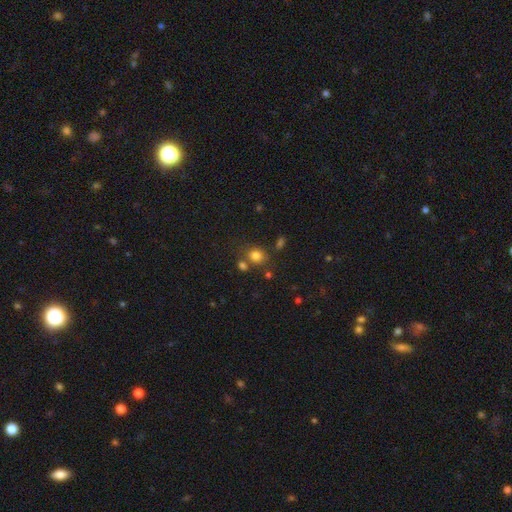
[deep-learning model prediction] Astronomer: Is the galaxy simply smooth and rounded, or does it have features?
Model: smooth — 78%.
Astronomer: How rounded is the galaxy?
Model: round — 68%.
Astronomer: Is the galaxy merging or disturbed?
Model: none — 66%.